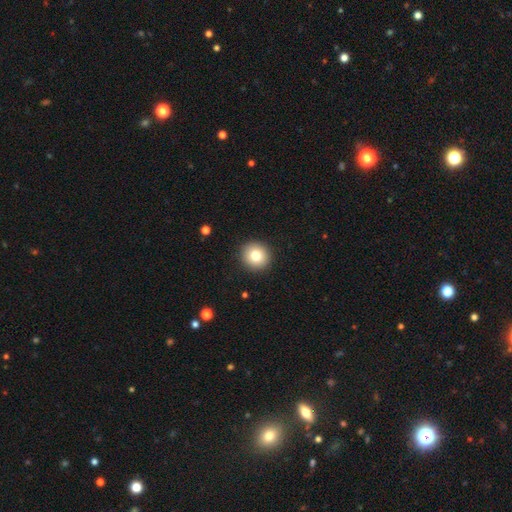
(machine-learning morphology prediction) A smooth galaxy with no disk features (79%) that is round (94%). Merging: none (93%).